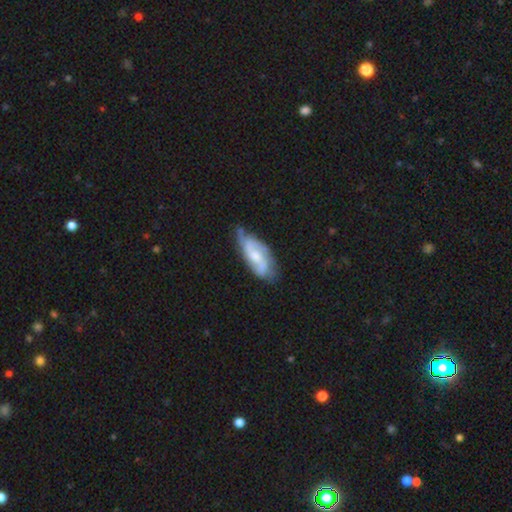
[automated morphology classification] This is likely a featured or disk galaxy (71%). It is clearly not viewed edge-on (91%). Bar: possibly no (51%). Spiral arm pattern: clearly yes (92%). Spiral arm count: likely 2 (62%). Spiral winding: possibly medium (47%). Central bulge: possibly moderate (48%). Merging: possibly none (59%).